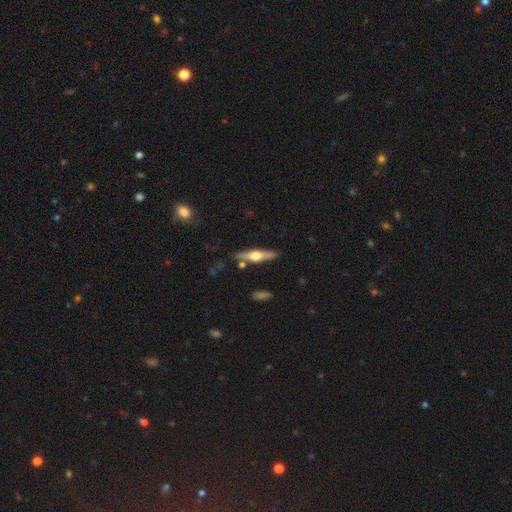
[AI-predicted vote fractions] Q: Smooth or featured?
A: featured or disk (64%); runner-up: smooth (30%)
Q: Edge-on disk?
A: yes (96%); runner-up: no (4%)
Q: Edge-on bulge?
A: rounded (93%); runner-up: boxy (4%)
Q: Merging?
A: none (84%); runner-up: minor disturbance (10%)